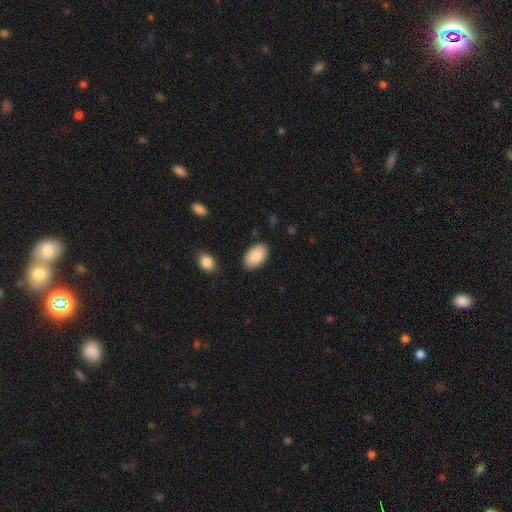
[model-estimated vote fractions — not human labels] The model was most divided on "merging": none: 86%, minor disturbance: 10%, major disturbance: 2%, merger: 2%. More confident: how rounded — in between (95%); smooth or featured — smooth (89%).